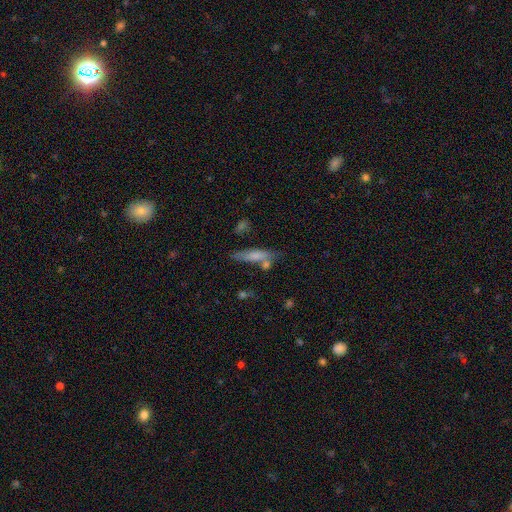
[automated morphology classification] Q: Smooth or featured?
A: smooth (69%); runner-up: featured or disk (24%)
Q: How rounded?
A: cigar-shaped (75%); runner-up: in between (23%)
Q: Merging?
A: none (65%); runner-up: minor disturbance (16%)